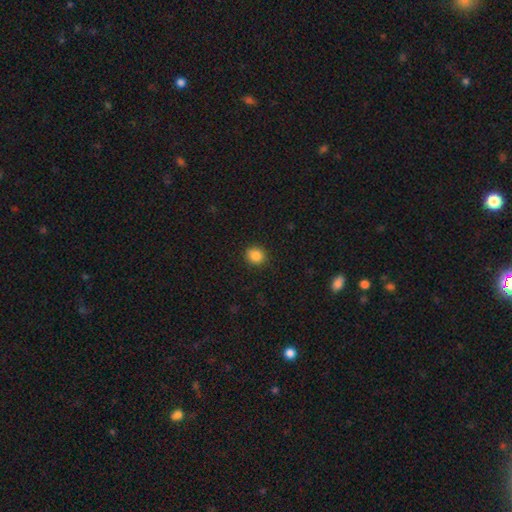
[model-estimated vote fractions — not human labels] Q: Smooth or featured?
A: smooth (85%); runner-up: star or artifact (10%)
Q: How rounded?
A: round (82%); runner-up: in between (17%)
Q: Merging?
A: none (89%); runner-up: minor disturbance (8%)